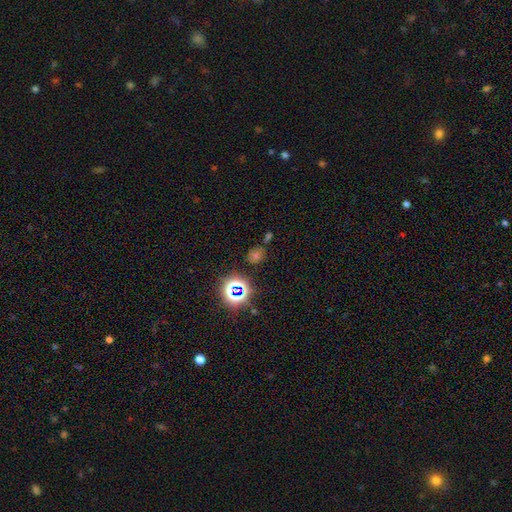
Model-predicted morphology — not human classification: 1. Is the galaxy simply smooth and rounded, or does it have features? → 54% star or artifact, 36% smooth, 9% featured or disk.